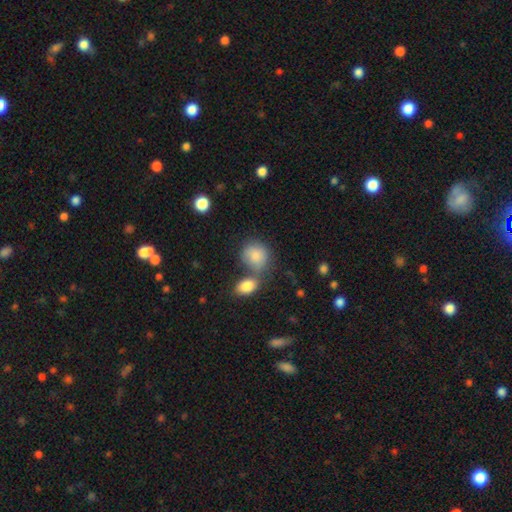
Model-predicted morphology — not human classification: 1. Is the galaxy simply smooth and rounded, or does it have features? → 84% smooth, 8% featured or disk, 8% star or artifact.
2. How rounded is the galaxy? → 70% round, 29% in between, 1% cigar-shaped.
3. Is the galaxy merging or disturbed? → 46% none, 32% merger, 15% minor disturbance, 7% major disturbance.